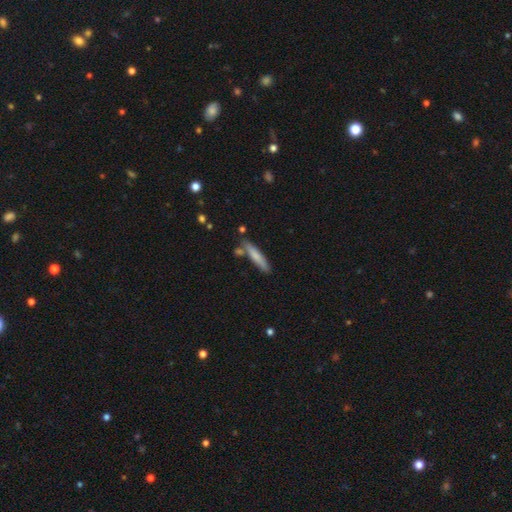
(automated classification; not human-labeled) Smooth or featured?
  - smooth: 75% *
  - featured or disk: 19%
  - star or artifact: 6%
How rounded?
  - cigar-shaped: 89% *
  - in between: 10%
  - round: 1%
Merging?
  - none: 76% *
  - minor disturbance: 13%
  - merger: 8%
  - major disturbance: 3%